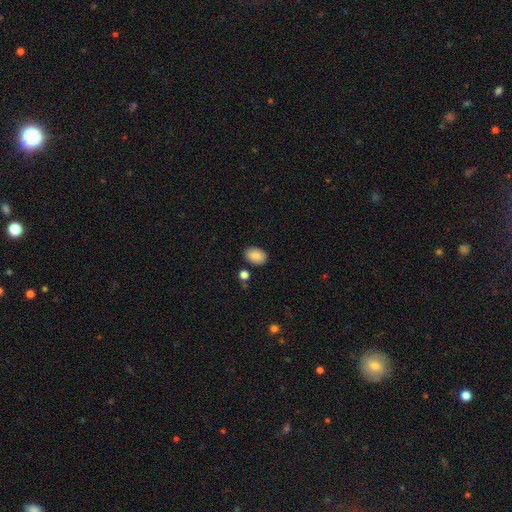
A smooth galaxy with no disk features (90%) that is in between round and cigar-shaped (97%). Merging: none (86%).